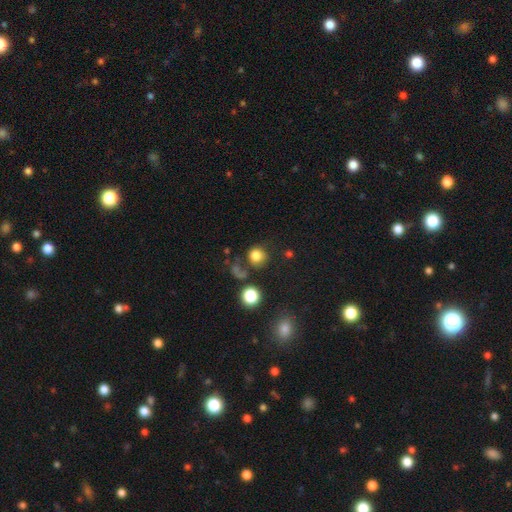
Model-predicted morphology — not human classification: This appears to be a smooth galaxy with no disk features (78%) that is round (89%). Merging: none (68%).